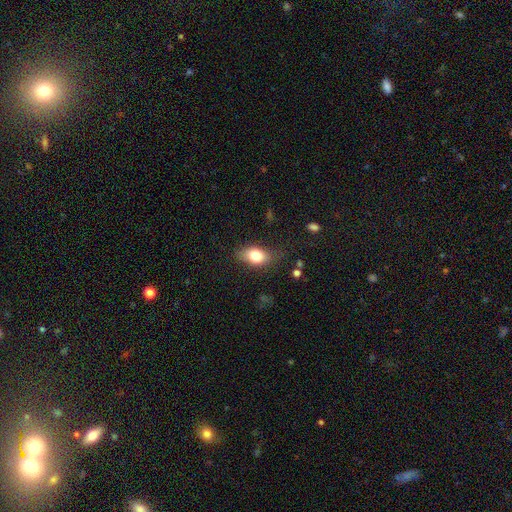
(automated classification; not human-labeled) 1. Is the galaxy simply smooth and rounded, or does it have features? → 79% smooth, 13% featured or disk, 8% star or artifact.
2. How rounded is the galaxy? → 85% in between, 12% round, 4% cigar-shaped.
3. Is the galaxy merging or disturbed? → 75% none, 18% minor disturbance, 5% major disturbance, 1% merger.